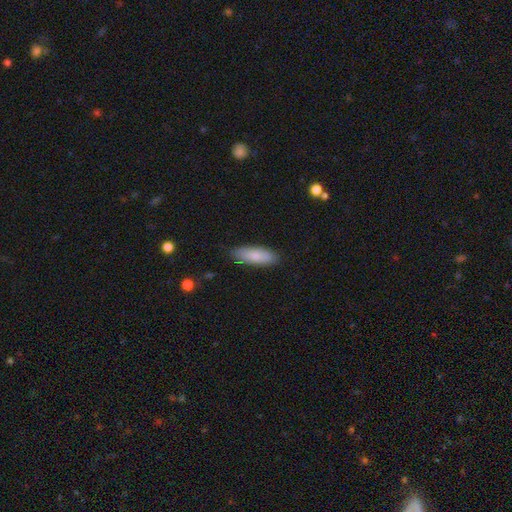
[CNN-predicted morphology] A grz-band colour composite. It shows a smooth galaxy with no disk features (82%) that is in between round and cigar-shaped (61%). Merging: none (84%).